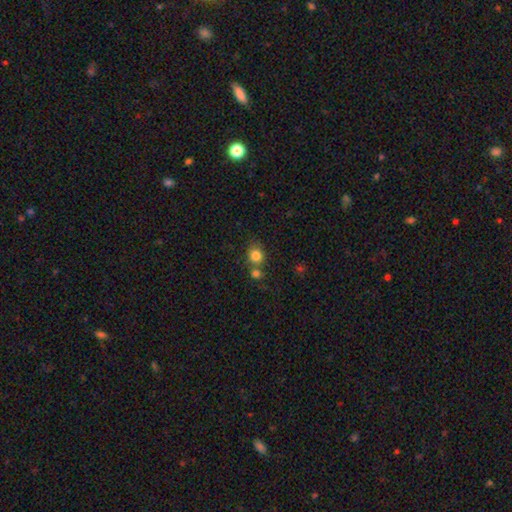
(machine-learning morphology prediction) Overall: smooth (82%). How rounded: round (75%). Merging: none (56%; merger 29%).